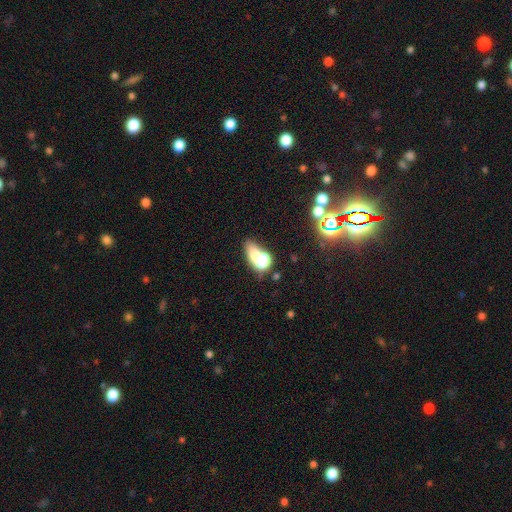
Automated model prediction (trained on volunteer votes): This is likely a smooth galaxy (62%). How rounded: likely in between (68%). Merging: marginally merger (43%).